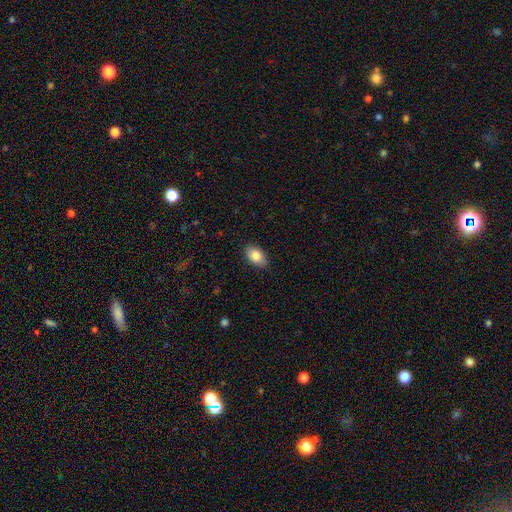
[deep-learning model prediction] Smooth or featured? Predicted: smooth (p=0.84). How rounded? Predicted: in between (p=0.91). Merging? Predicted: none (p=0.88).